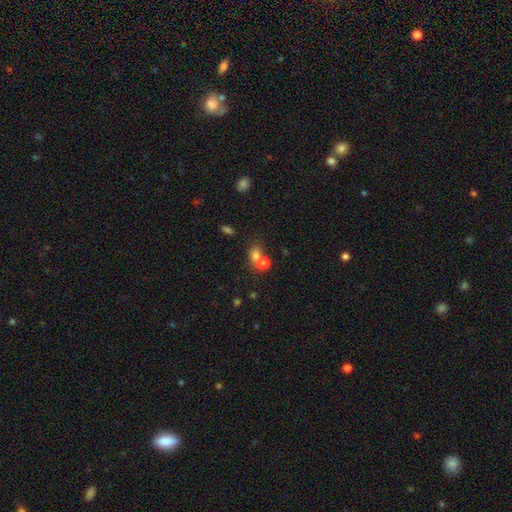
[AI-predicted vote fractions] smooth-or-featured: smooth: 73% | star or artifact: 15% | featured or disk: 12%
  how-rounded: round: 62% | in between: 36% | cigar-shaped: 1%
  merging: merger: 53% | none: 35% | minor disturbance: 8% | major disturbance: 4%